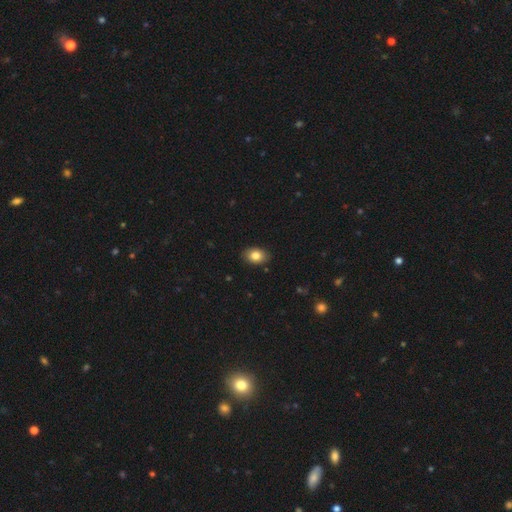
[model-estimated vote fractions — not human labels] Q: Smooth or featured?
A: smooth (83%); runner-up: star or artifact (8%)
Q: How rounded?
A: in between (79%); runner-up: round (20%)
Q: Merging?
A: none (87%); runner-up: minor disturbance (10%)